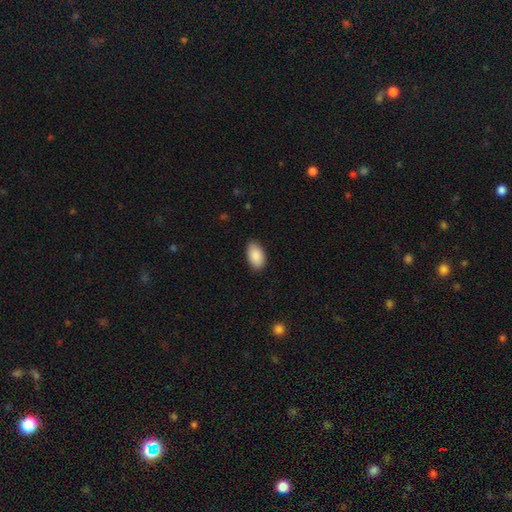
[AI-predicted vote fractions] Overall: smooth (90%). How rounded: in between (94%). Merging: none (86%).